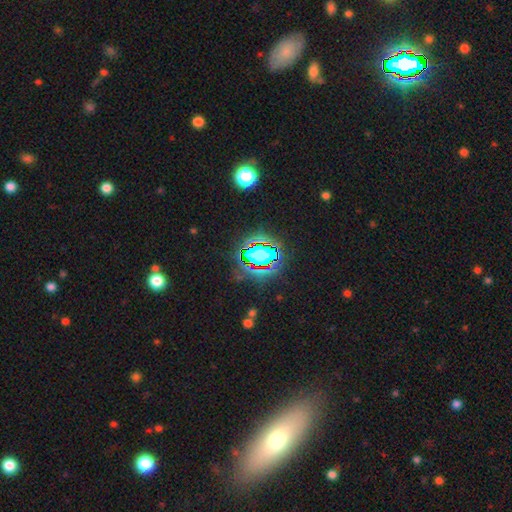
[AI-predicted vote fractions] Smooth or featured?
  - star or artifact: 72% *
  - smooth: 18%
  - featured or disk: 10%